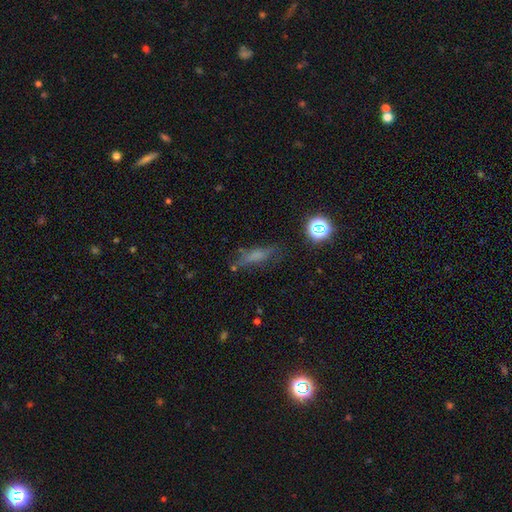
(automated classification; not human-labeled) This is possibly a smooth galaxy (54%). How rounded: possibly cigar-shaped (54%). Merging: likely none (66%).